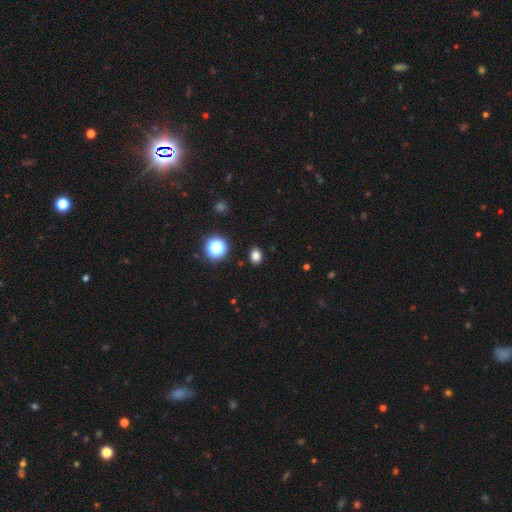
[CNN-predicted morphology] Q: Smooth or featured?
A: smooth (80%); runner-up: star or artifact (16%)
Q: How rounded?
A: in between (62%); runner-up: round (37%)
Q: Merging?
A: none (89%); runner-up: minor disturbance (8%)